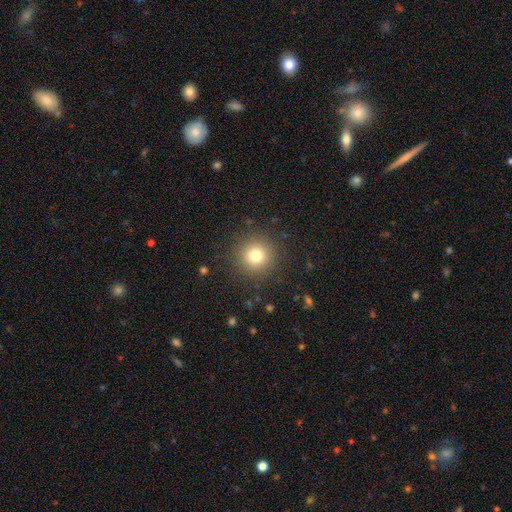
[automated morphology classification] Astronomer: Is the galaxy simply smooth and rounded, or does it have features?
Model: smooth — 77%.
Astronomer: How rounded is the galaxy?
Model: round — 95%.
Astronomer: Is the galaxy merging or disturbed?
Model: none — 90%.